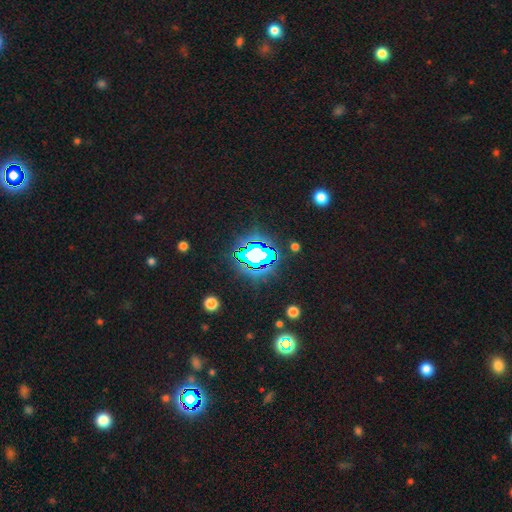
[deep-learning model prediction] smooth_or_featured: star or artifact (p=0.67) [alt: smooth p=0.19]